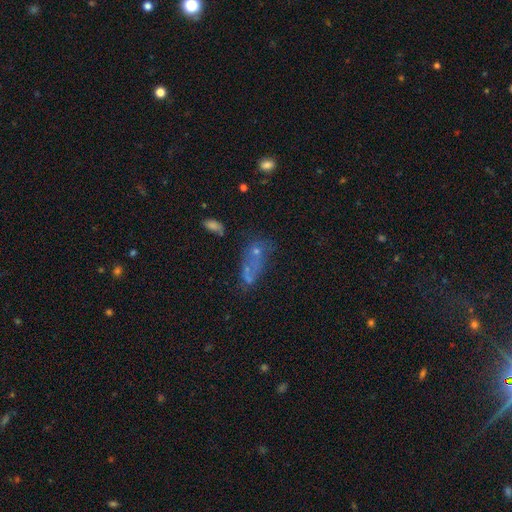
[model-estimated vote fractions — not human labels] smooth 45%, featured or disk 30%, star or artifact 24%. Down the decision tree: merging — merger (33%).